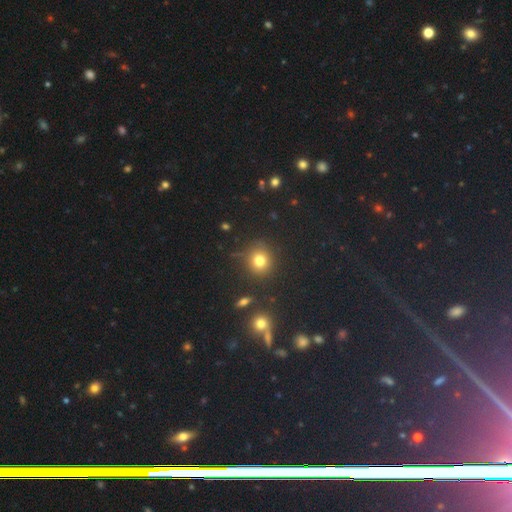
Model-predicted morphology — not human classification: smooth_or_featured: smooth (p=0.66) [alt: star or artifact p=0.28]
how_rounded: round (p=0.89) [alt: in between p=0.10]
merging: none (p=0.86) [alt: minor disturbance p=0.08]